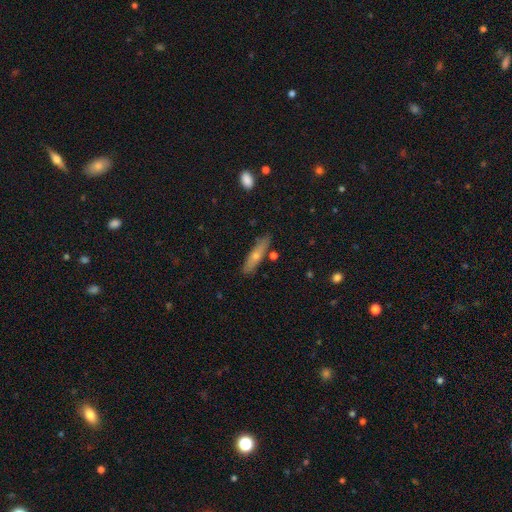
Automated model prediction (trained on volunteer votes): A smooth galaxy with no disk features (52%) that is cigar-shaped (79%).

Vote fractions:
- Smooth or featured? smooth: 52% / featured or disk: 40% / star or artifact: 8%
- How rounded? cigar-shaped: 79% / in between: 19% / round: 2%
- Merging? none: 83% / minor disturbance: 12% / merger: 3% / major disturbance: 2%